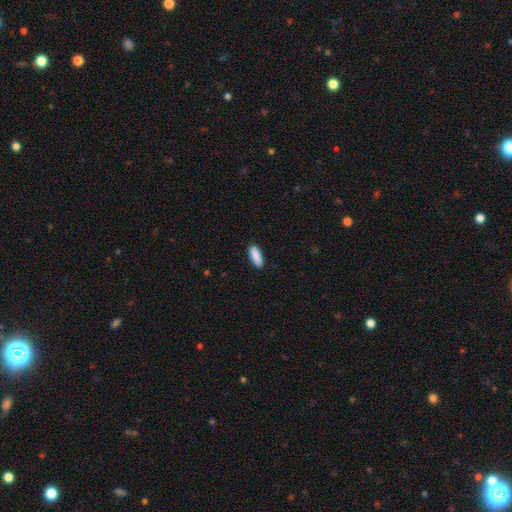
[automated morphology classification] Q: Smooth or featured?
A: smooth (90%); runner-up: star or artifact (6%)
Q: How rounded?
A: in between (62%); runner-up: cigar-shaped (37%)
Q: Merging?
A: none (90%); runner-up: minor disturbance (8%)